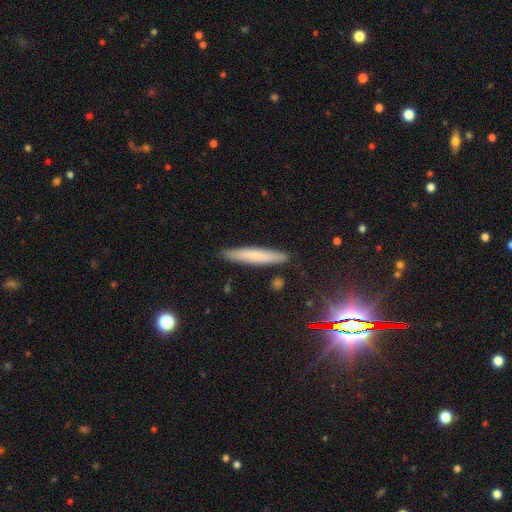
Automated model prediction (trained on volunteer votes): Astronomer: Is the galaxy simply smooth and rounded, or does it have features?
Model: smooth — 68%.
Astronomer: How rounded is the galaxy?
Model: cigar-shaped — 93%.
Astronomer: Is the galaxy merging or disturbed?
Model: none — 89%.